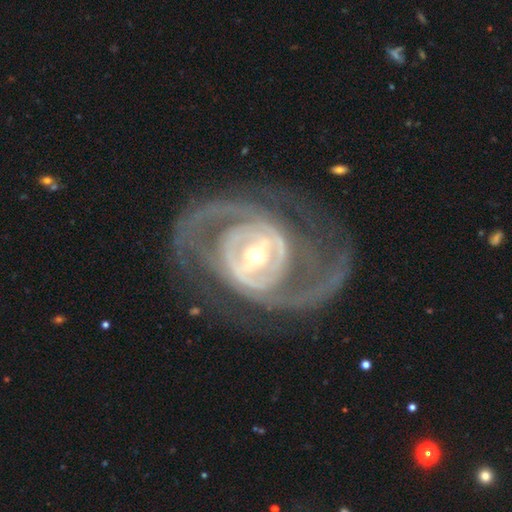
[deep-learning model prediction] Smooth or featured? Predicted: featured or disk (p=0.91). Edge-on disk? Predicted: no (p=0.97). Bar? Predicted: strong (p=0.41). Spiral arms? Predicted: yes (p=0.94). Spiral winding? Predicted: medium (p=0.44). Spiral arm count? Predicted: 2 (p=0.69). Bulge size? Predicted: moderate (p=0.55). Merging? Predicted: none (p=0.65).